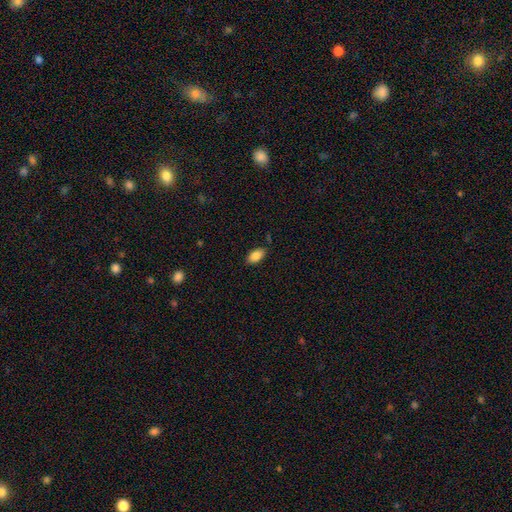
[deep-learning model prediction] Q: Smooth or featured?
A: smooth (86%); runner-up: star or artifact (8%)
Q: How rounded?
A: in between (93%); runner-up: round (4%)
Q: Merging?
A: none (83%); runner-up: minor disturbance (13%)